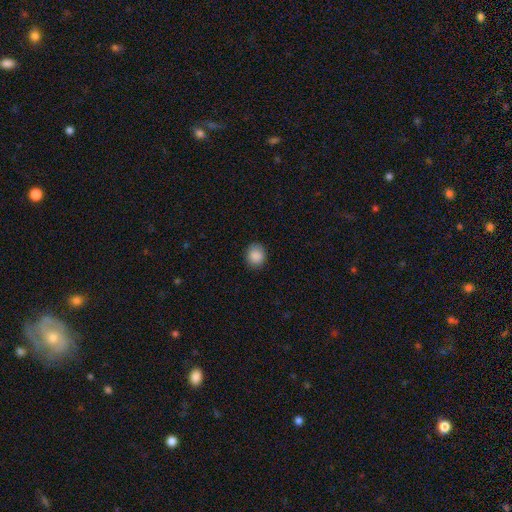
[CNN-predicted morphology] Smooth or featured? smooth (88%)
How rounded? round (81%)
Merging? none (87%)